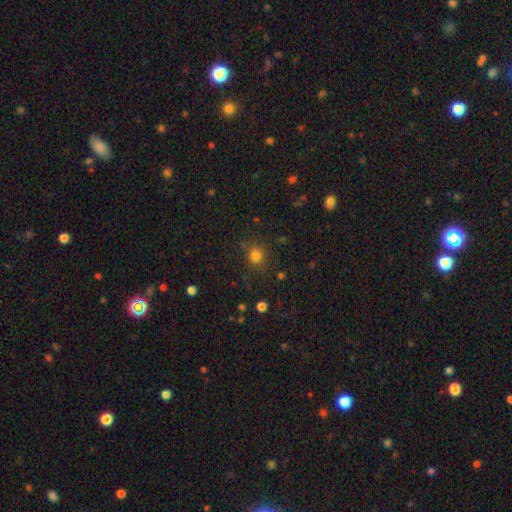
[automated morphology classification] Overall: smooth (79%). How rounded: round (85%). Merging: none (81%).